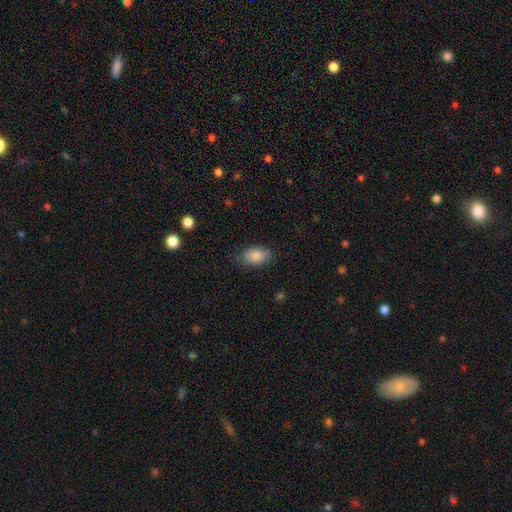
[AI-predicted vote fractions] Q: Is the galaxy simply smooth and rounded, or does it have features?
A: smooth — 86%.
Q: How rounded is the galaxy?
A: in between — 90%.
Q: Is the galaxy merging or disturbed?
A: none — 79%.